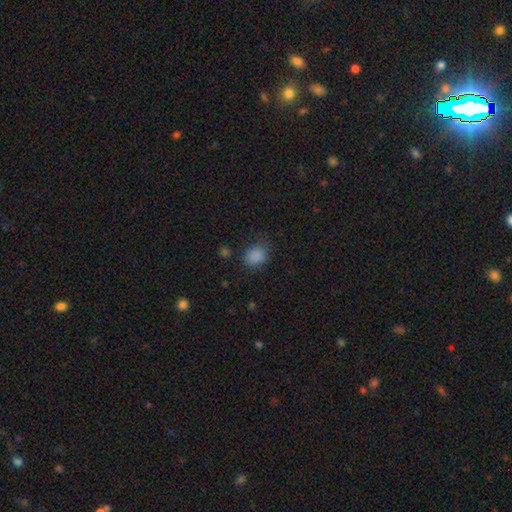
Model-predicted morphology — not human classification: Smooth or featured? smooth (84%)
How rounded? in between (50%)
Merging? none (75%)